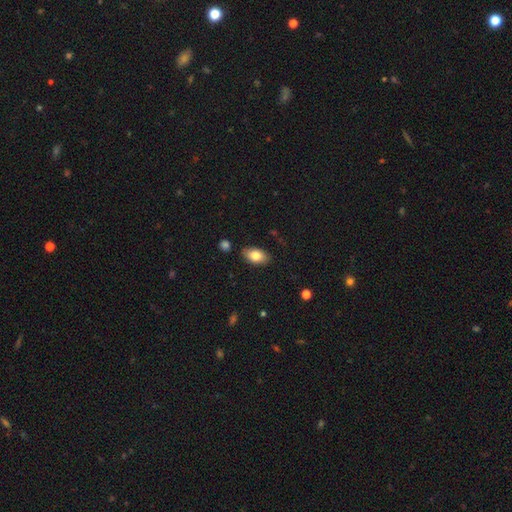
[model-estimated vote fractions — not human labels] Smooth or featured? Predicted: smooth (p=0.80). How rounded? Predicted: in between (p=0.92). Merging? Predicted: none (p=0.85).